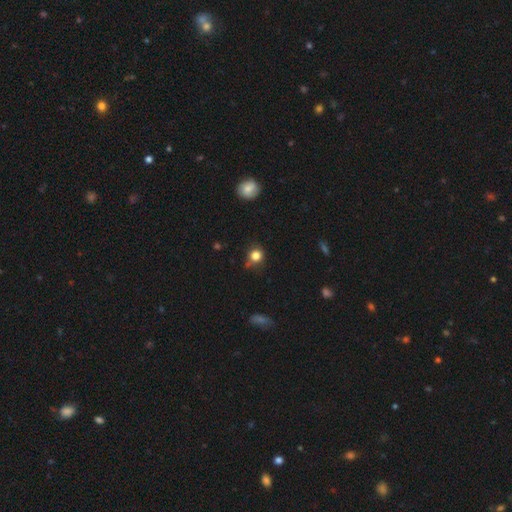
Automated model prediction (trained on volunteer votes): Smooth or featured: smooth — 82% (star or artifact — 12%)
How rounded: round — 84% (in between — 15%)
Merging: none — 72% (minor disturbance — 19%)